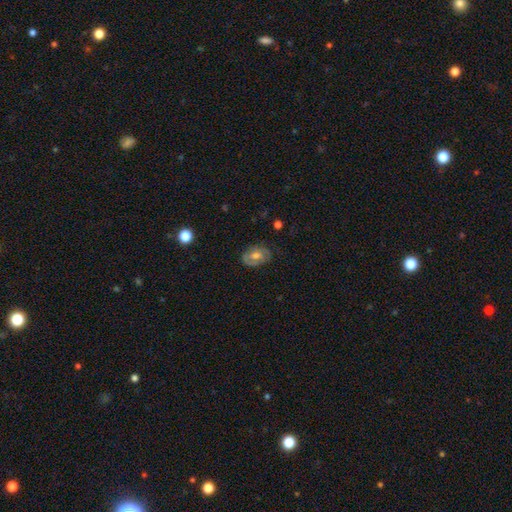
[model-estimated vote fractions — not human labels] Smooth or featured?
  - featured or disk: 49% *
  - smooth: 43%
  - star or artifact: 8%
Merging?
  - none: 74% *
  - minor disturbance: 19%
  - major disturbance: 5%
  - merger: 1%